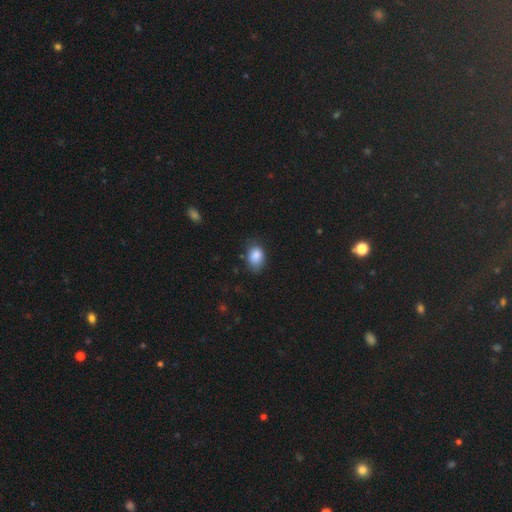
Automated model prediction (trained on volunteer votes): The model was most divided on "merging": none: 67%, minor disturbance: 26%, major disturbance: 6%, merger: 2%. More confident: smooth or featured — smooth (85%); how rounded — in between (73%).